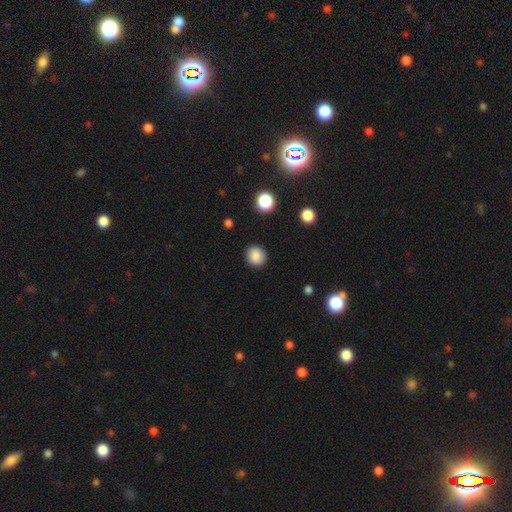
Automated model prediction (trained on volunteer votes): Overall: smooth (87%). How rounded: round (89%). Merging: none (90%).